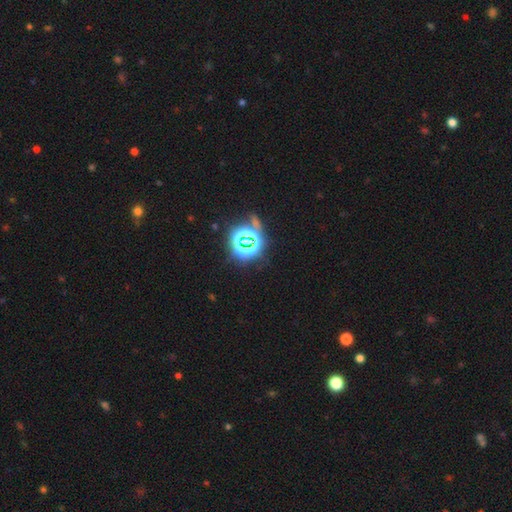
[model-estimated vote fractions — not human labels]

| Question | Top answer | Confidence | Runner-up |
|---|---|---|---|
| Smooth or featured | star or artifact | 80% | smooth (12%) |